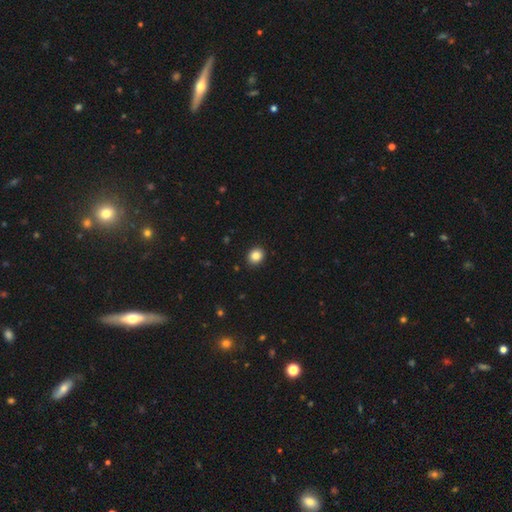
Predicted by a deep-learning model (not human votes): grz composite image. It shows a smooth galaxy with no disk features (85%) that is round (75%). Merging: none (92%).